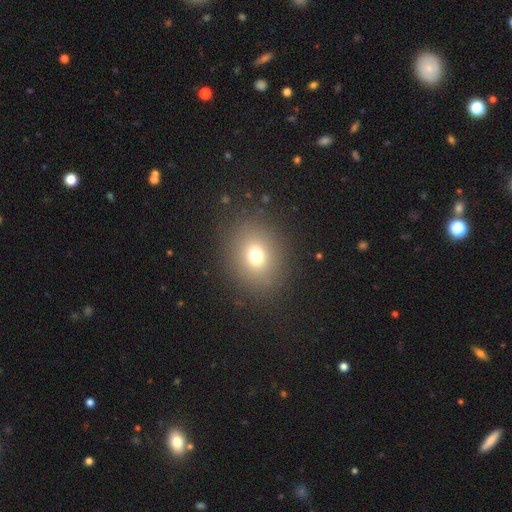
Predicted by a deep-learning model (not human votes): smooth_or_featured: smooth (p=0.72) [alt: star or artifact p=0.17]
how_rounded: round (p=0.62) [alt: in between p=0.37]
merging: none (p=0.86) [alt: minor disturbance p=0.08]